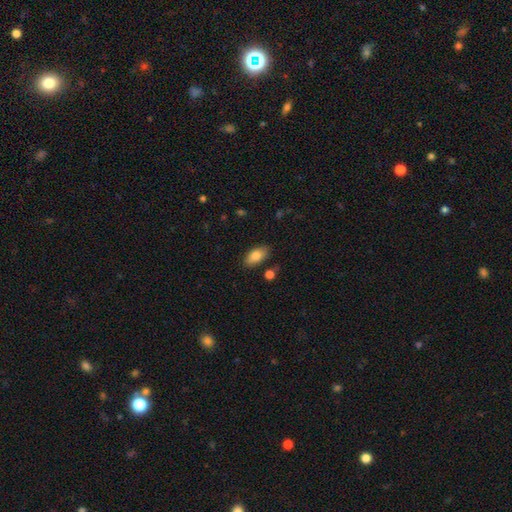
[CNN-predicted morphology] Overall: smooth (82%). How rounded: in between (92%). Merging: none (83%).